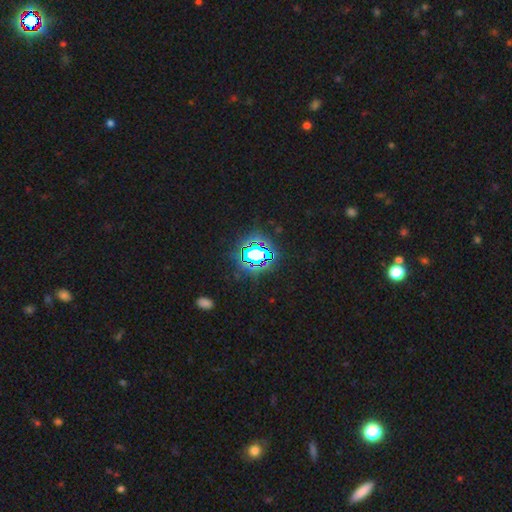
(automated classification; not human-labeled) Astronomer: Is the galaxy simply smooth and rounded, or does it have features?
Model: star or artifact — 74%.